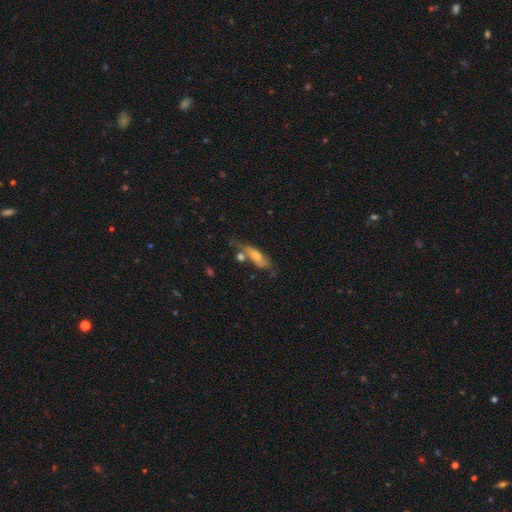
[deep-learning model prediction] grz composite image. It shows a smooth galaxy with no disk features (47%). Merging: none (52%).